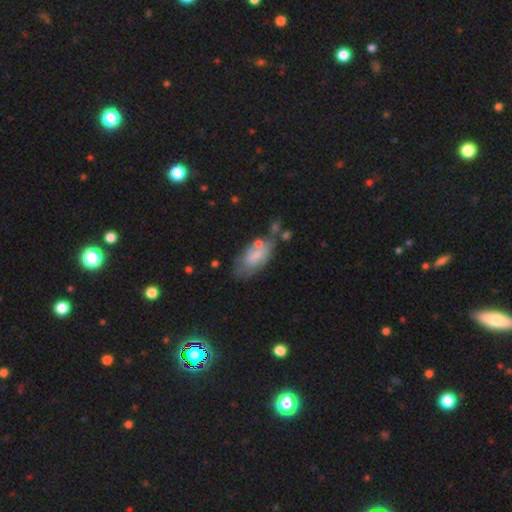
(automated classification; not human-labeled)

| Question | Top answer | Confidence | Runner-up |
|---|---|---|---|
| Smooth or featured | smooth | 61% | featured or disk (31%) |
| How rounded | in between | 90% | cigar-shaped (7%) |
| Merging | none | 43% | minor disturbance (29%) |